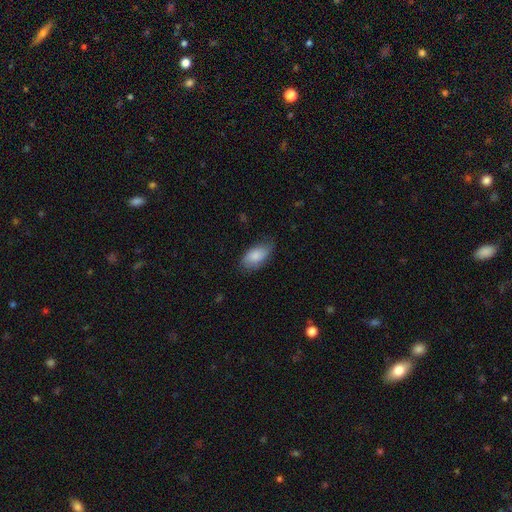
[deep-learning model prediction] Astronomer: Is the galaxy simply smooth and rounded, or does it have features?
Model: smooth — 81%.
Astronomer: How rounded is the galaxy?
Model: in between — 93%.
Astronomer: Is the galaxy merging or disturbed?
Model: none — 69%.